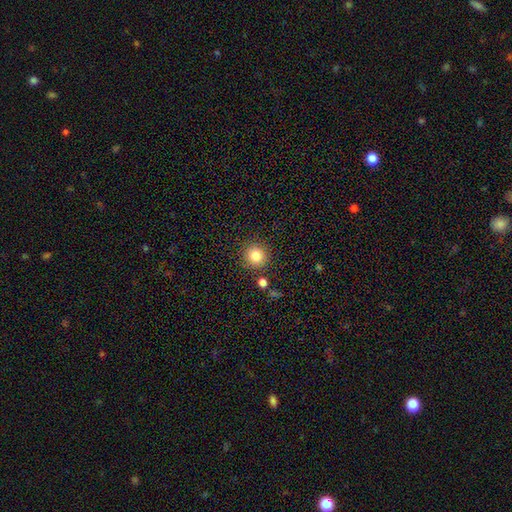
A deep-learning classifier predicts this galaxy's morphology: Smooth or featured? smooth (83%)
How rounded? round (94%)
Merging? none (86%)